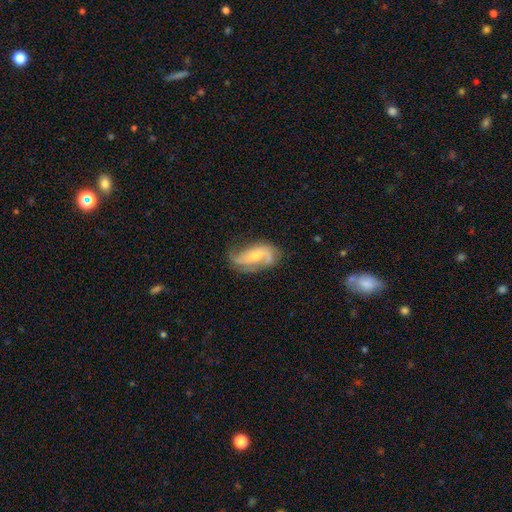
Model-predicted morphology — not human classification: Smooth or featured? Predicted: featured or disk (p=0.74). Edge-on disk? Predicted: no (p=0.95). Bar? Predicted: no (p=0.53). Spiral arms? Predicted: yes (p=0.92). Spiral winding? Predicted: loose (p=0.43). Spiral arm count? Predicted: 2 (p=0.70). Bulge size? Predicted: small (p=0.54). Merging? Predicted: none (p=0.58).